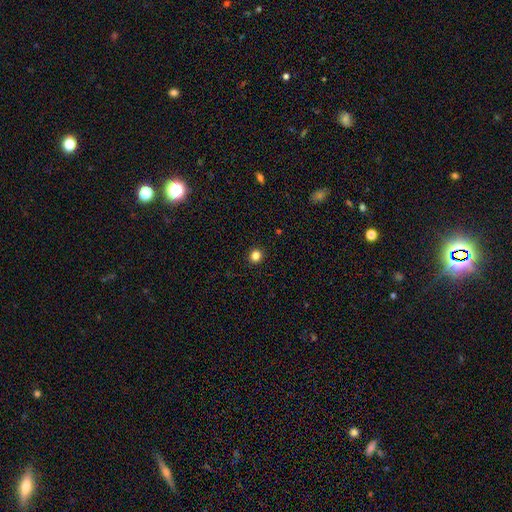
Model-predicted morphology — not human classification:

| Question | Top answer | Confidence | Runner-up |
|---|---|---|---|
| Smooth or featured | smooth | 83% | star or artifact (13%) |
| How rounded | round | 89% | in between (10%) |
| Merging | none | 93% | minor disturbance (4%) |